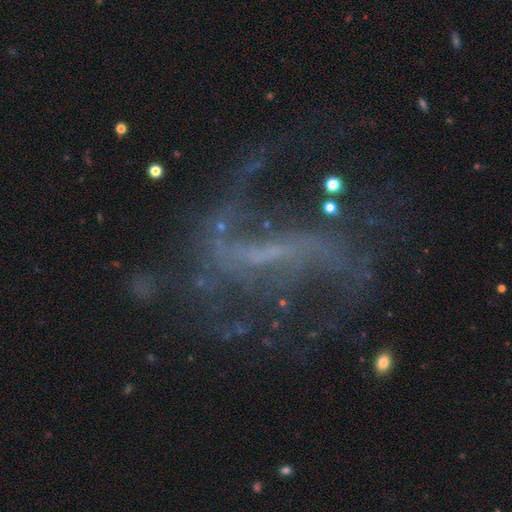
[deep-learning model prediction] This is clearly a featured or disk galaxy (81%). It is clearly not viewed edge-on (95%). Bar: marginally strong (44%). Spiral arm pattern: clearly yes (86%). Spiral arm count: likely 2 (71%). Spiral winding: likely loose (69%). Central bulge: marginally none (45%). Merging: possibly none (49%).